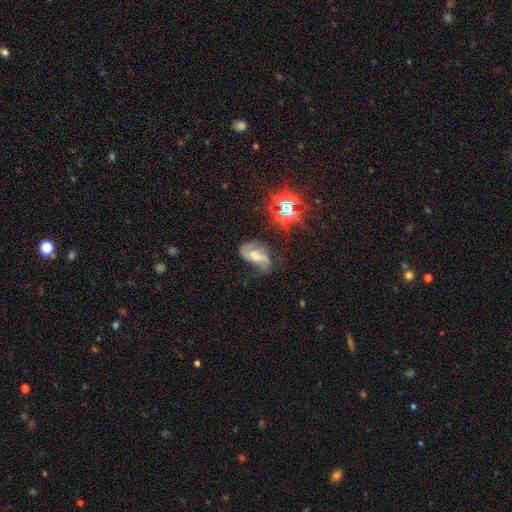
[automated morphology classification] featured or disk 68%, star or artifact 18%, smooth 14%. Down the decision tree: edge-on disk — no (95%); bar — weak (41%); spiral arms — yes (91%); spiral arm count — 2 (80%); spiral winding — loose (42%); bulge size — moderate (54%); merging — none (58%).